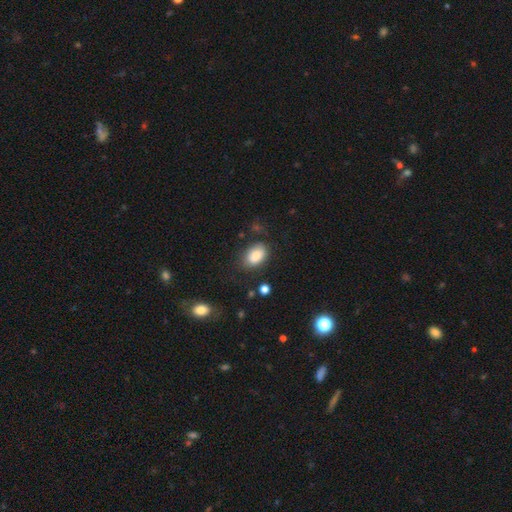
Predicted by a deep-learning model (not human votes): This is clearly a smooth galaxy (83%). How rounded: clearly in between (88%). Merging: likely none (74%).